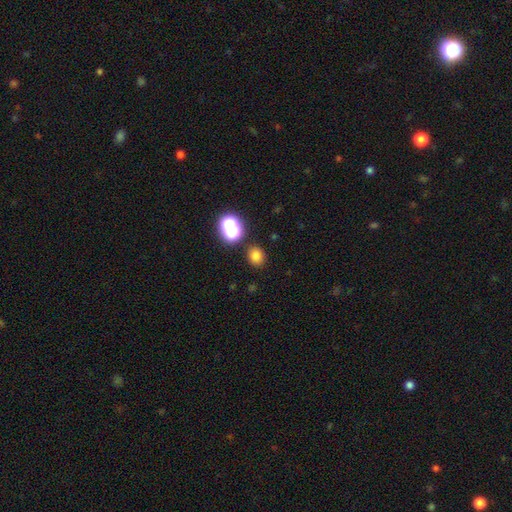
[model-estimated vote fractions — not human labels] Smooth or featured? smooth (76%)
How rounded? round (64%)
Merging? none (82%)